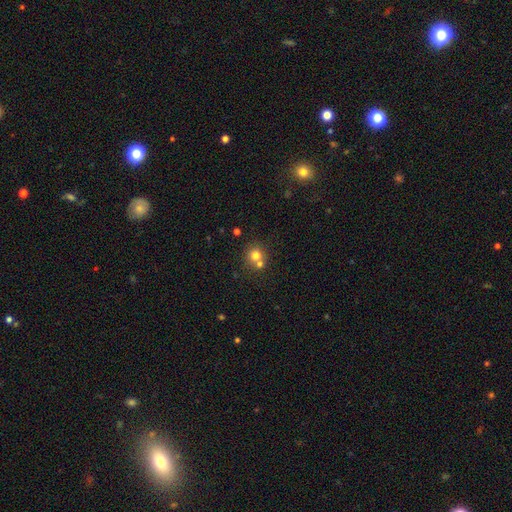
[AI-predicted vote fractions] smooth 74%, star or artifact 14%, featured or disk 12%. Down the decision tree: how rounded — round (89%); merging — none (55%).